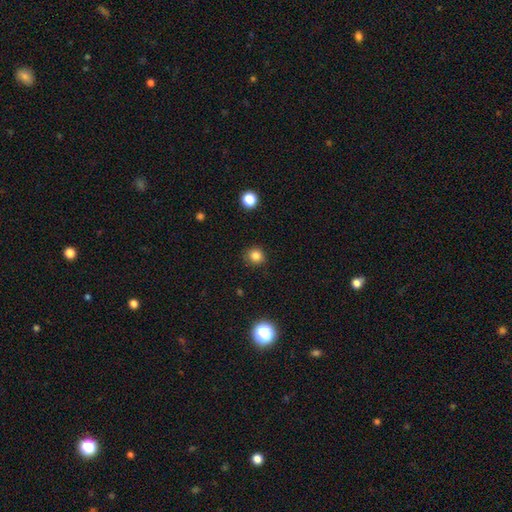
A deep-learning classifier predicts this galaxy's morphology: The model was most divided on "smooth or featured": smooth: 83%, star or artifact: 13%, featured or disk: 4%. More confident: how rounded — round (90%); merging — none (89%).